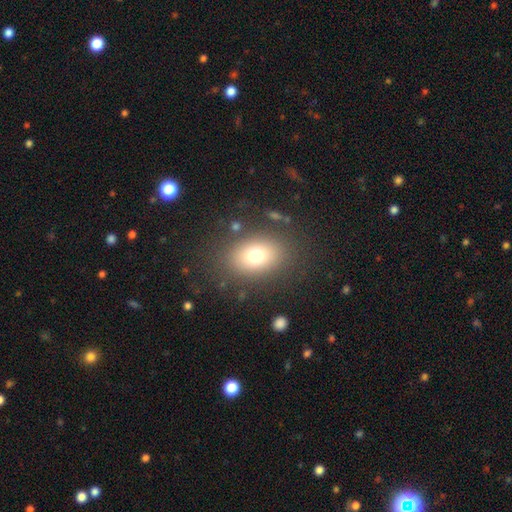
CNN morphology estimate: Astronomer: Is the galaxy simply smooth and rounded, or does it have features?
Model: smooth — 74%.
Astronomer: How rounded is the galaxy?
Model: in between — 69%.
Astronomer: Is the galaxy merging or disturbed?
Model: none — 82%.